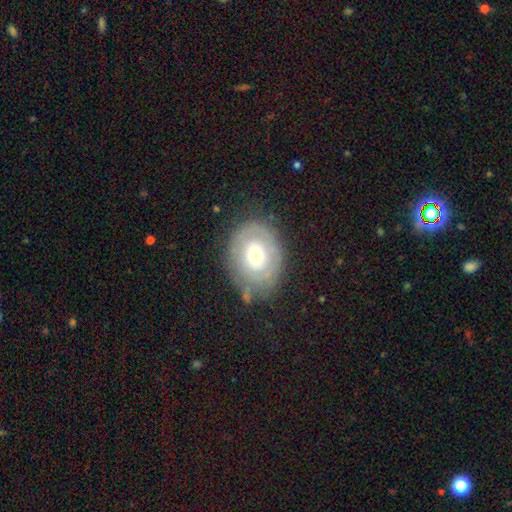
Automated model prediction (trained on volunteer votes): featured or disk 52%, smooth 40%, star or artifact 7%. Down the decision tree: edge-on disk — no (94%); merging — none (70%).